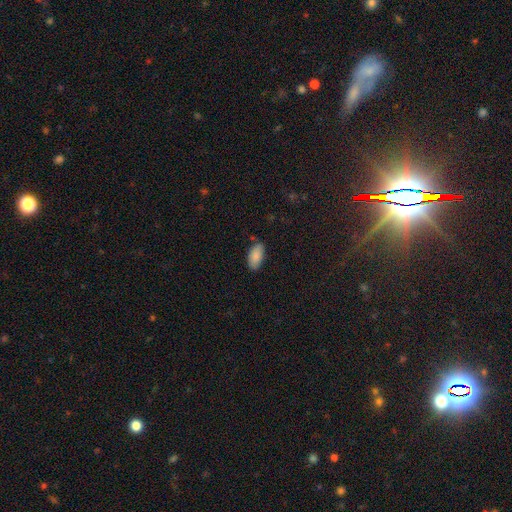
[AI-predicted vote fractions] Morphology: type=smooth (87%); roundness=in between (93%); merging=none (79%).